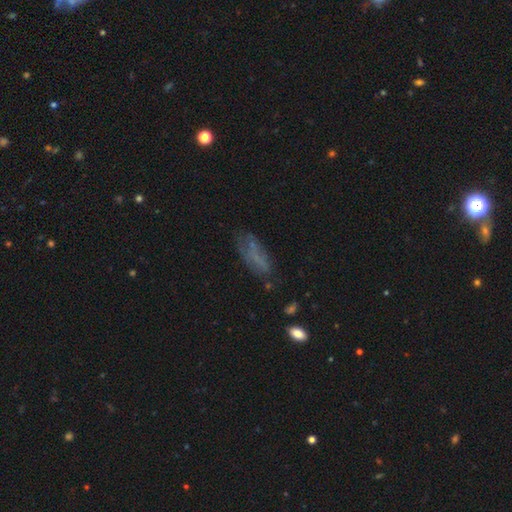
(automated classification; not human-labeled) Morphology: type=smooth (53%); roundness=in between (64%); merging=none (55%).